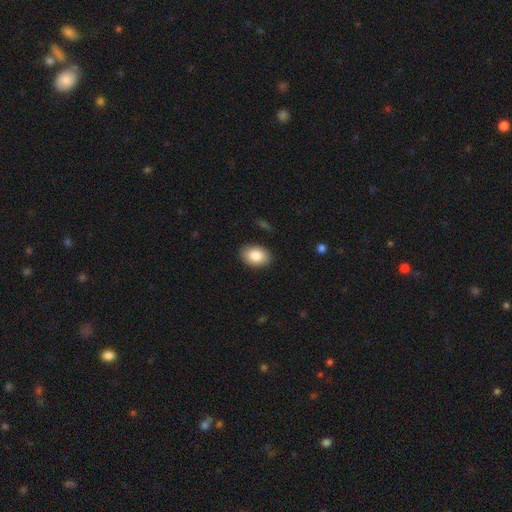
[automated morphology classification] A smooth galaxy with no disk features (86%) that is in between round and cigar-shaped (85%). Merging: none (88%).